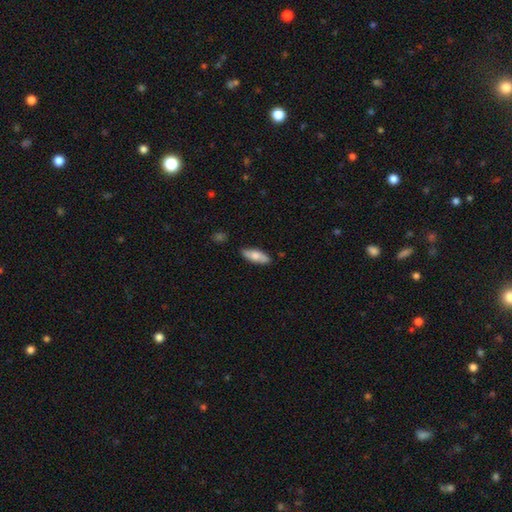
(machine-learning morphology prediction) This appears to be a smooth galaxy with no disk features (71%) that is in between round and cigar-shaped (69%). Merging: none (85%).